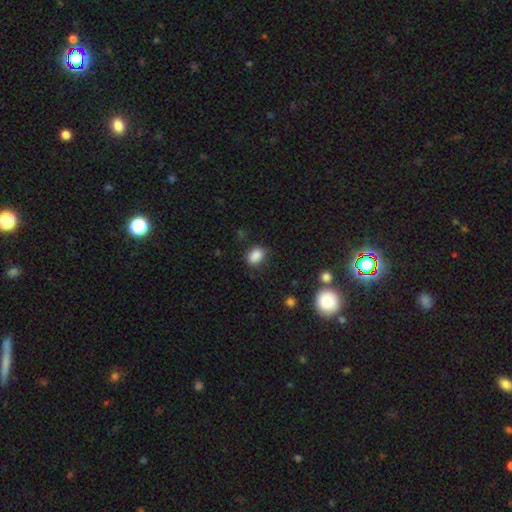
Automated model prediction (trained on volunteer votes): This is clearly a smooth galaxy (86%). How rounded: likely in between (76%). Merging: likely none (79%).